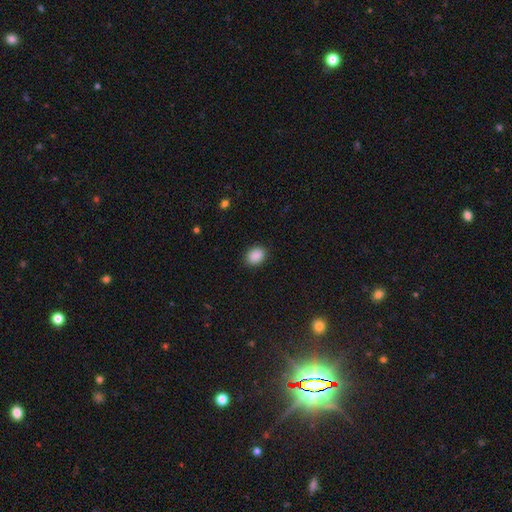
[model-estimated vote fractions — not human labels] smooth_or_featured: smooth (p=0.89) [alt: star or artifact p=0.08]
how_rounded: in between (p=0.60) [alt: round p=0.39]
merging: none (p=0.89) [alt: minor disturbance p=0.08]